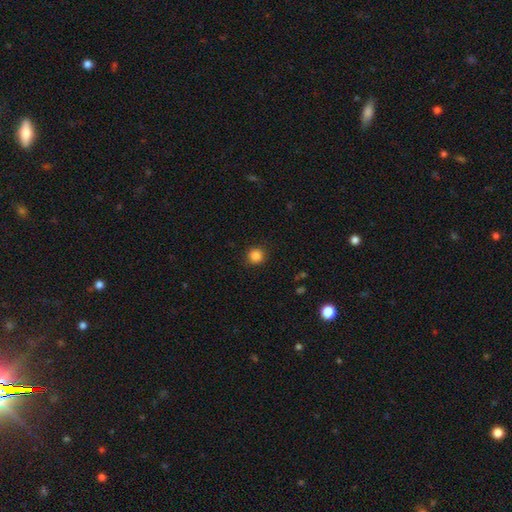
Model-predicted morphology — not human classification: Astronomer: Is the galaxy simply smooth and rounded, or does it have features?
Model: smooth — 86%.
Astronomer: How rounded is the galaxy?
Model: round — 94%.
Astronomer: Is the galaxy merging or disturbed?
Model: none — 90%.